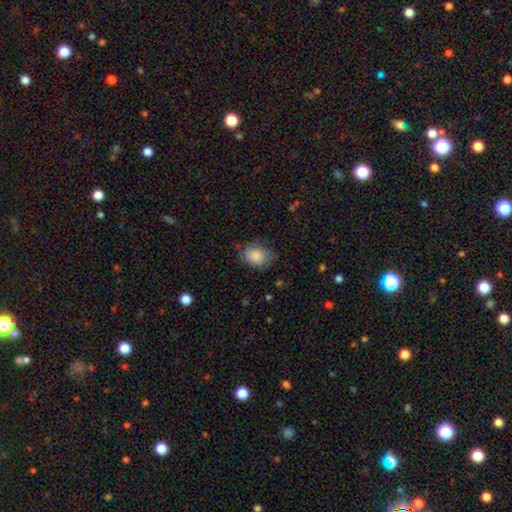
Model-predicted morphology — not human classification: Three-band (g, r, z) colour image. It shows a smooth galaxy with no disk features (83%) that is in between round and cigar-shaped (67%). Merging: none (63%).